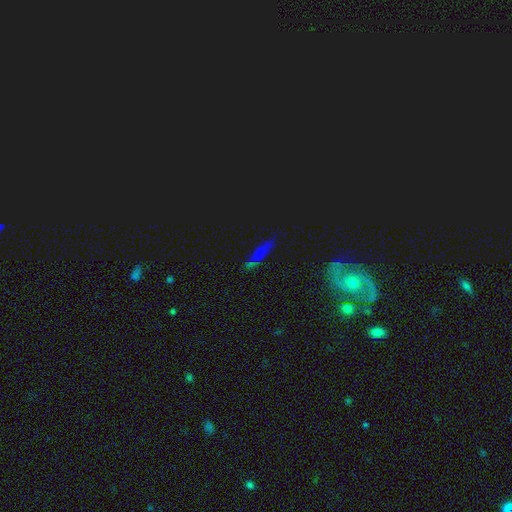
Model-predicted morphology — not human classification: smooth-or-featured: star or artifact: 43% | smooth: 42% | featured or disk: 15%